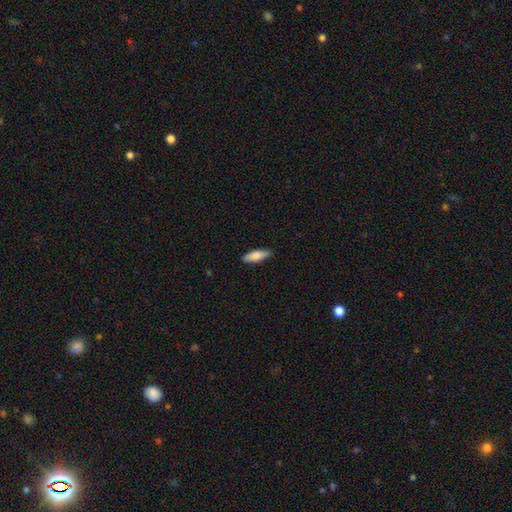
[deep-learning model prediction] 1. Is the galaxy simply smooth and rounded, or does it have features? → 81% smooth, 13% featured or disk, 6% star or artifact.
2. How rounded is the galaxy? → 54% in between, 44% cigar-shaped, 2% round.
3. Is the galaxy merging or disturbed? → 85% none, 12% minor disturbance, 2% major disturbance, 1% merger.